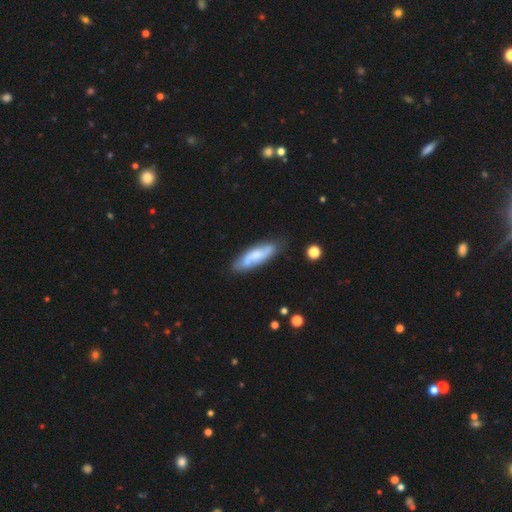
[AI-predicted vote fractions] smooth-or-featured: featured or disk: 49% | smooth: 44% | star or artifact: 6%
  merging: none: 76% | minor disturbance: 17% | major disturbance: 4% | merger: 3%